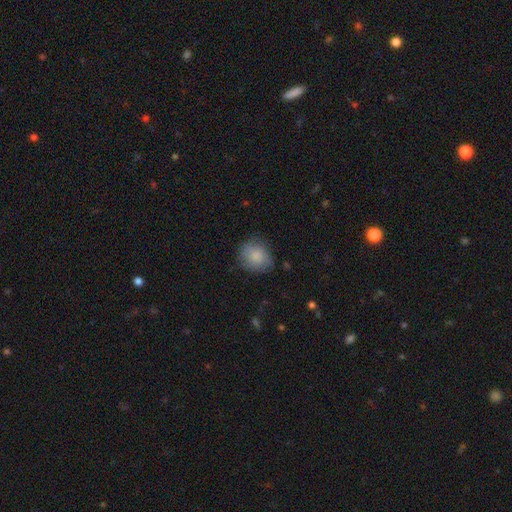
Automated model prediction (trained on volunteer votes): A smooth galaxy with no disk features (84%) that is round (70%). Merging: none (71%).